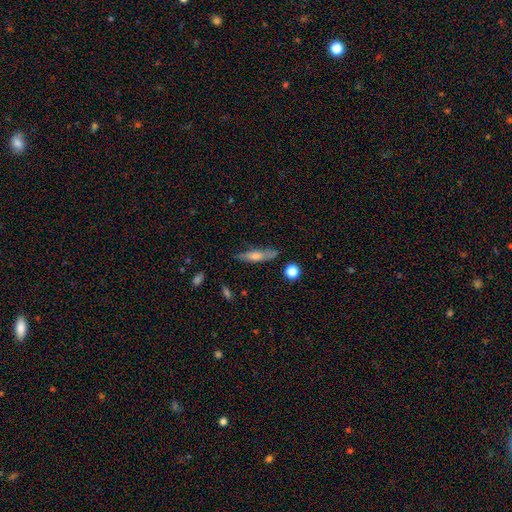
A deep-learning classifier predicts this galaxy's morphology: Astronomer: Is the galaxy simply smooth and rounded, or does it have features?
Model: smooth — 48% (runner-up: featured or disk, 43%).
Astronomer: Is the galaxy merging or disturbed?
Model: none — 75%.